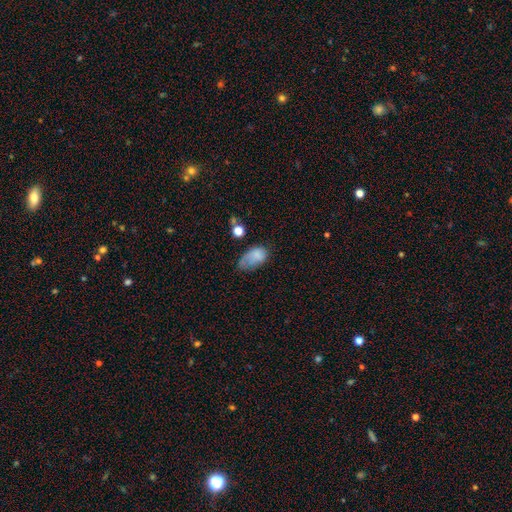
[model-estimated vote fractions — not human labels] smooth_or_featured: smooth (p=0.72) [alt: featured or disk p=0.17]
how_rounded: in between (p=0.90) [alt: round p=0.09]
merging: minor disturbance (p=0.34) [alt: none p=0.32]